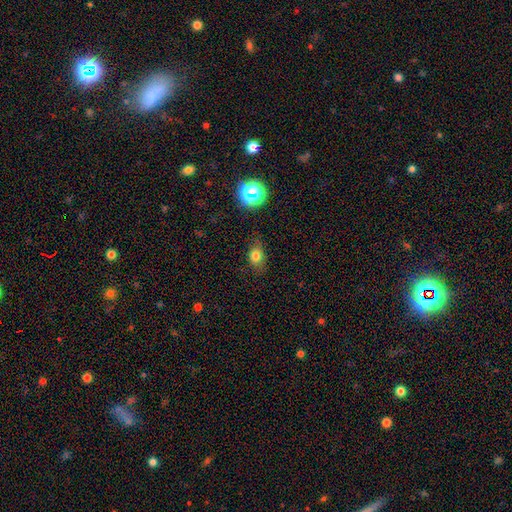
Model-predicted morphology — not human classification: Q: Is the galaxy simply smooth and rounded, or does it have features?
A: smooth — 74%.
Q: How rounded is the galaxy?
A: in between — 64%.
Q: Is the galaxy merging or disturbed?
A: none — 73%.